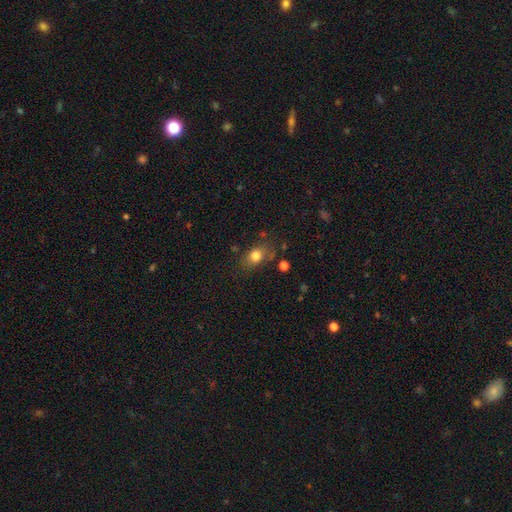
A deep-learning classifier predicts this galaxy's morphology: Smooth or featured? Predicted: smooth (p=0.79). How rounded? Predicted: in between (p=0.67). Merging? Predicted: none (p=0.70).